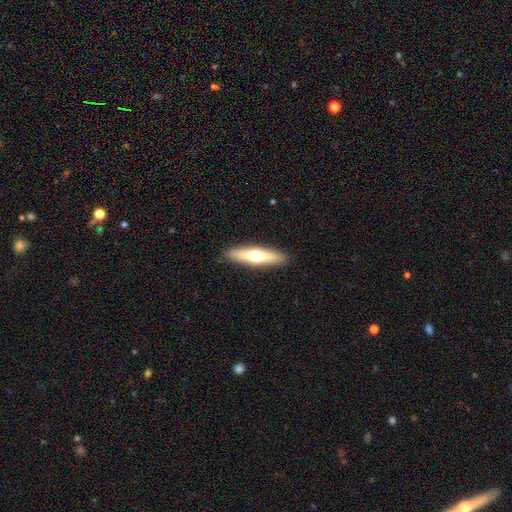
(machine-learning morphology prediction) This is possibly a smooth galaxy (48%). Merging: clearly none (90%).